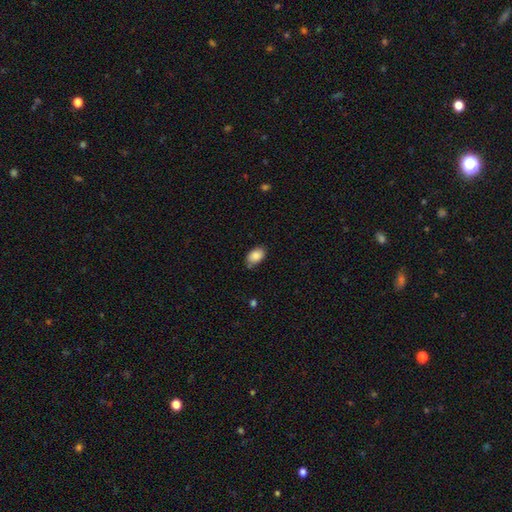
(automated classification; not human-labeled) This appears to be a smooth galaxy with no disk features (86%) that is in between round and cigar-shaped (88%). Merging: none (73%).